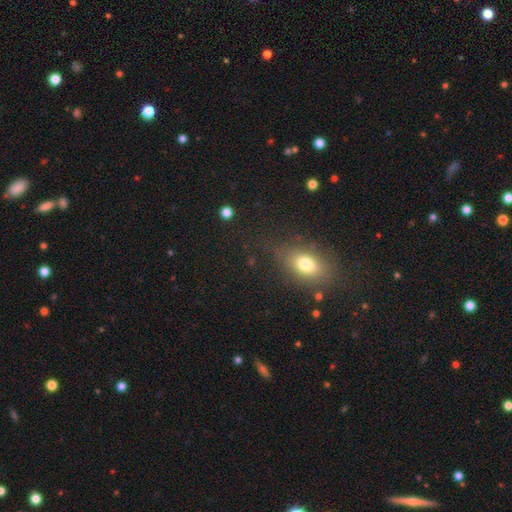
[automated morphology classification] Smooth or featured? smooth (63%)
How rounded? in between (67%)
Merging? none (85%)